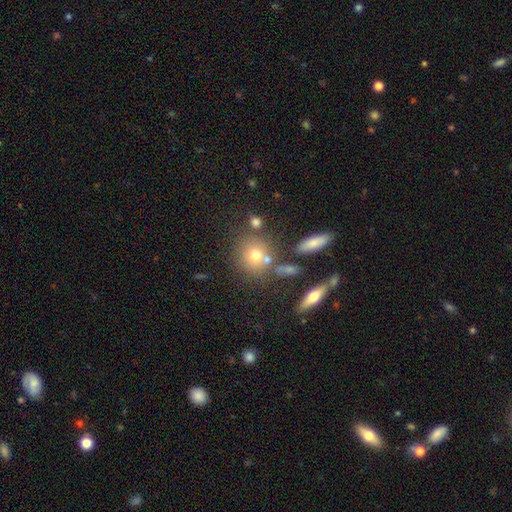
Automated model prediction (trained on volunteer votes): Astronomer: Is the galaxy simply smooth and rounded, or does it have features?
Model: smooth — 69%.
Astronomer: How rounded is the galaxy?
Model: round — 83%.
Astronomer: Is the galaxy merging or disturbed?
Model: none — 66%.